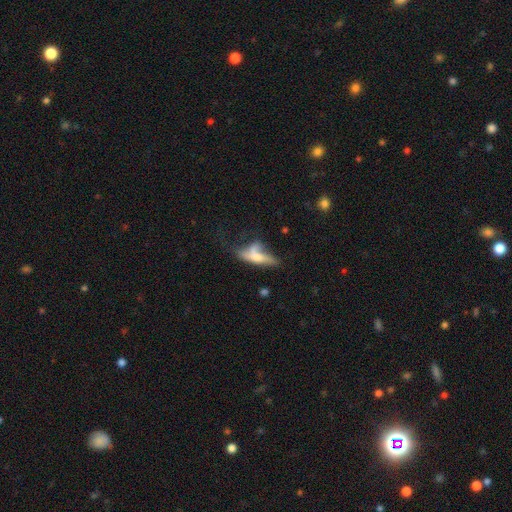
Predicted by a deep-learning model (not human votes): Smooth or featured? Predicted: smooth (p=0.50). Merging? Predicted: major disturbance (p=0.28, tied with none).